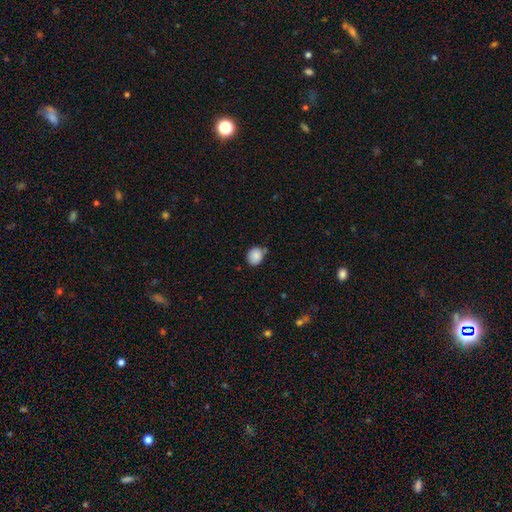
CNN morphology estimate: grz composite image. It shows a smooth galaxy with no disk features (87%) that is round (61%). Merging: none (67%).